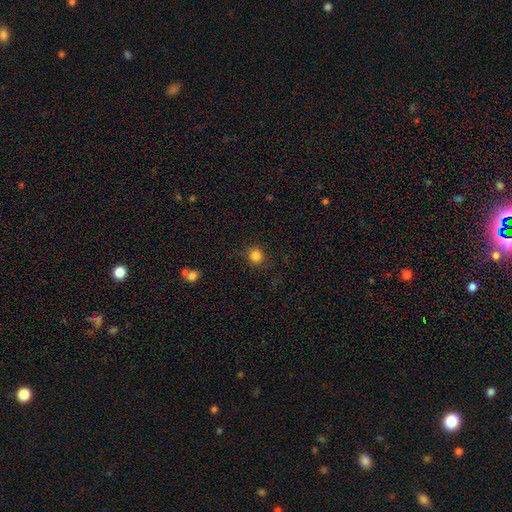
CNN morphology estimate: Smooth or featured: smooth — 84% (star or artifact — 12%)
How rounded: round — 92% (in between — 7%)
Merging: none — 87% (minor disturbance — 8%)